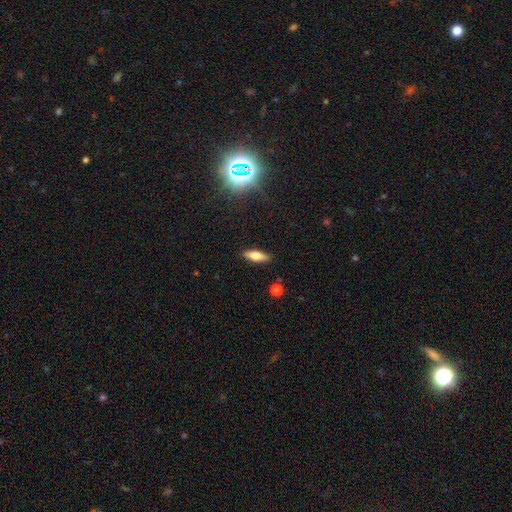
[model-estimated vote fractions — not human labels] Smooth or featured?
  - smooth: 58% *
  - featured or disk: 33%
  - star or artifact: 8%
How rounded?
  - in between: 50% *
  - cigar-shaped: 47%
  - round: 3%
Merging?
  - none: 89% *
  - minor disturbance: 8%
  - major disturbance: 2%
  - merger: 1%